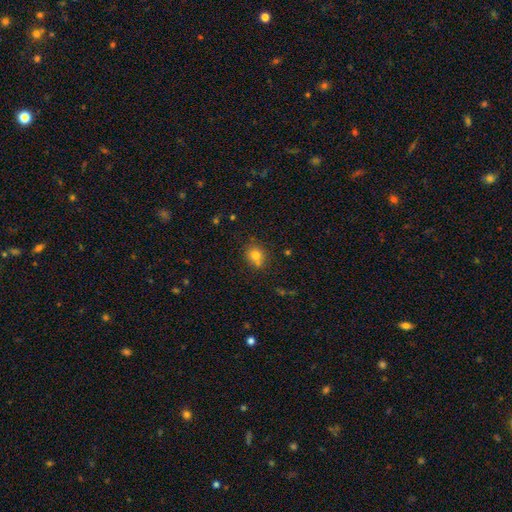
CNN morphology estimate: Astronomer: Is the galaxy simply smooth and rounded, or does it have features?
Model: smooth — 78%.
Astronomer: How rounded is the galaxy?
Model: round — 78%.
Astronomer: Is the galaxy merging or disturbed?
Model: none — 70%.